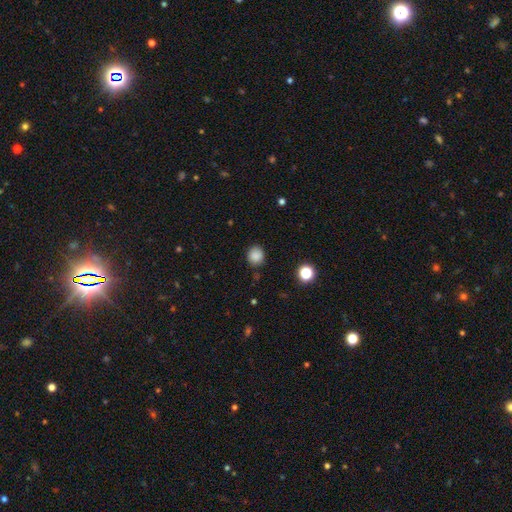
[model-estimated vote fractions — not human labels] Overall: smooth (84%). How rounded: round (83%). Merging: none (82%).